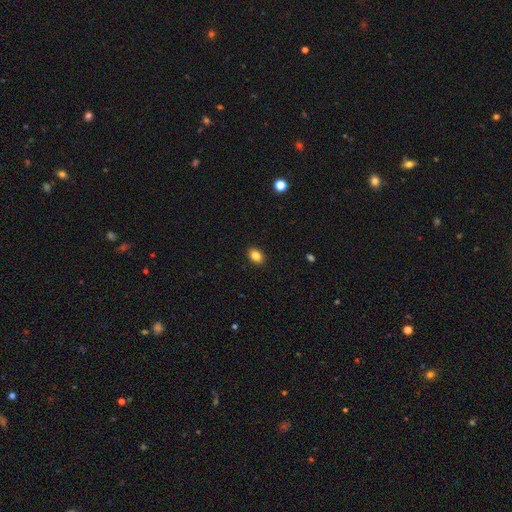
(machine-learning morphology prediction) Smooth or featured: smooth — 86% (star or artifact — 9%)
How rounded: in between — 81% (round — 18%)
Merging: none — 90% (minor disturbance — 7%)